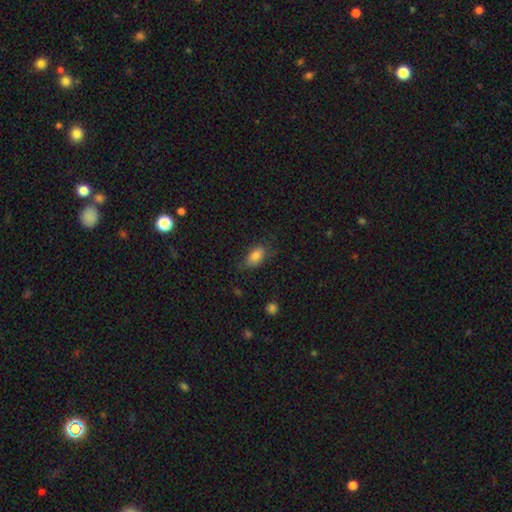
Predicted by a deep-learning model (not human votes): smooth-or-featured: smooth: 83% | featured or disk: 9% | star or artifact: 8%
  how-rounded: in between: 89% | round: 7% | cigar-shaped: 4%
  merging: none: 70% | minor disturbance: 22% | major disturbance: 7% | merger: 2%